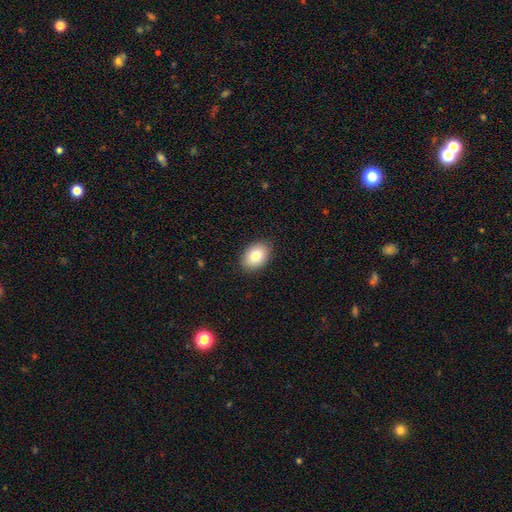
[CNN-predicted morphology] type=smooth (82%); roundness=in between (80%); merging=none (89%).